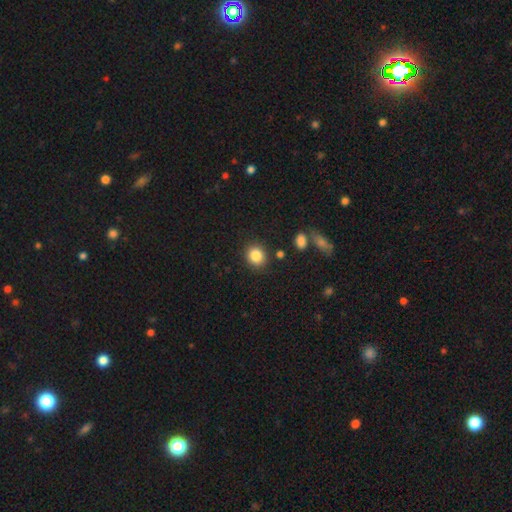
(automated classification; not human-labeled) This appears to be a smooth galaxy with no disk features (85%) that is round (75%). Merging: none (86%).